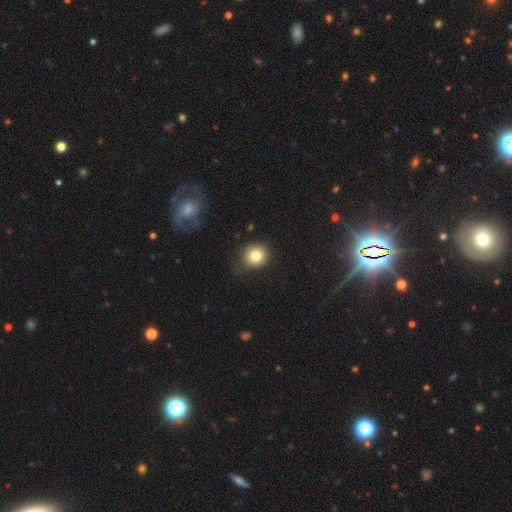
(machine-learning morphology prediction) Smooth or featured: smooth — 81% (star or artifact — 11%)
How rounded: round — 87% (in between — 12%)
Merging: none — 77% (minor disturbance — 16%)